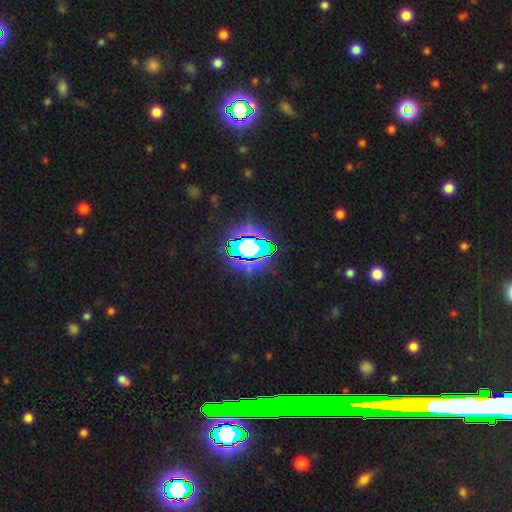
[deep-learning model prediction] Overall: star or artifact (79%).